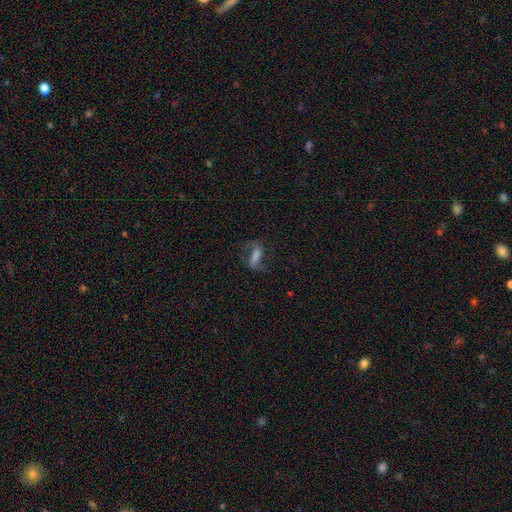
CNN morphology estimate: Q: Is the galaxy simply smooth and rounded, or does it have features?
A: featured or disk — 58%.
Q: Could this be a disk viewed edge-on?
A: no — 89%.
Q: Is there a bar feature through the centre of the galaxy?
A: strong — 49%.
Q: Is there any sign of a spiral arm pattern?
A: yes — 86%.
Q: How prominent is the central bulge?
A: none — 31%.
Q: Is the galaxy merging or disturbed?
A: none — 64%.